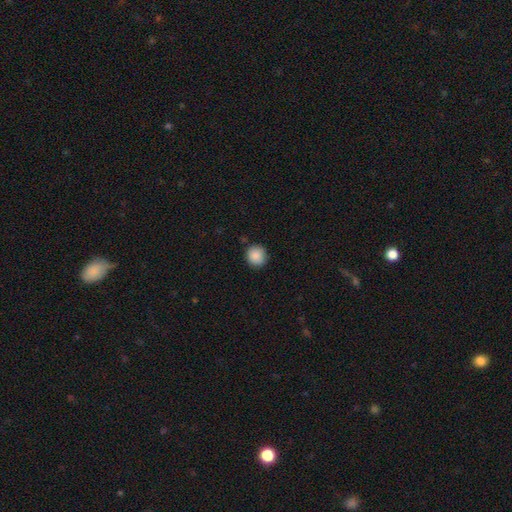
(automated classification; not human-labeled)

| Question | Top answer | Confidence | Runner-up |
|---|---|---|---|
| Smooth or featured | smooth | 89% | star or artifact (8%) |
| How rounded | round | 90% | in between (9%) |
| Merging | none | 87% | minor disturbance (9%) |